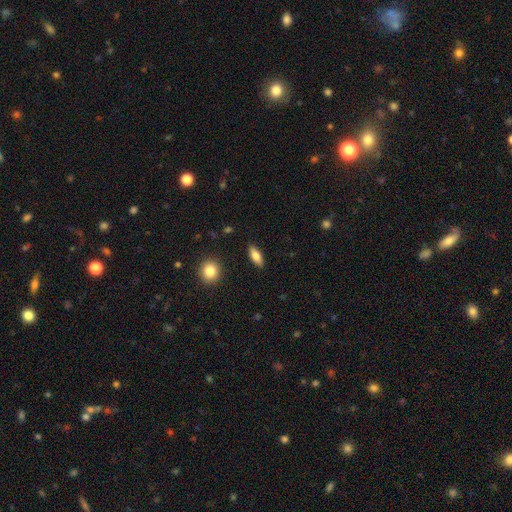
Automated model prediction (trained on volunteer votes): The model was most divided on "how rounded": in between: 74%, cigar-shaped: 23%, round: 3%. More confident: merging — none (88%); smooth or featured — smooth (79%).